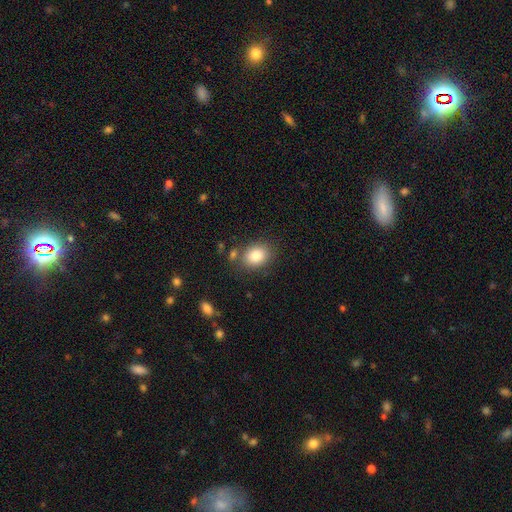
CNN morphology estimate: type=smooth (83%); roundness=in between (63%); merging=none (77%).